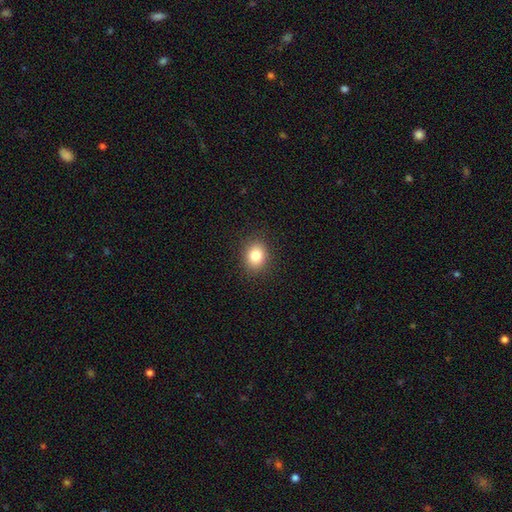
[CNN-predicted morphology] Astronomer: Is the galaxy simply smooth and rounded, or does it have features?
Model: smooth — 82%.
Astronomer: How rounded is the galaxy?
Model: round — 60% (runner-up: in between, 39%).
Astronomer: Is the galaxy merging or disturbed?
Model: none — 89%.